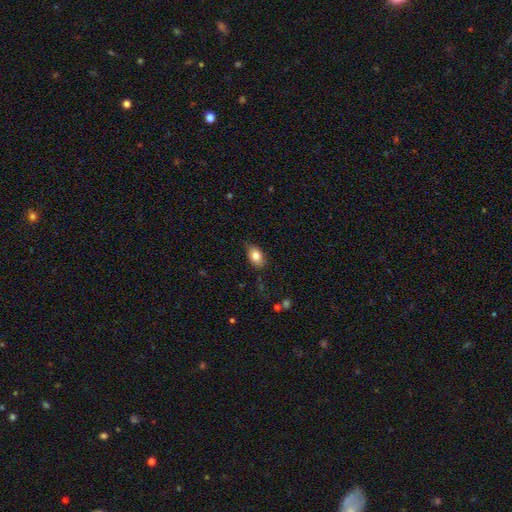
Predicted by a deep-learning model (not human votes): A smooth galaxy with no disk features (81%) that is in between round and cigar-shaped (88%). Merging: none (80%).